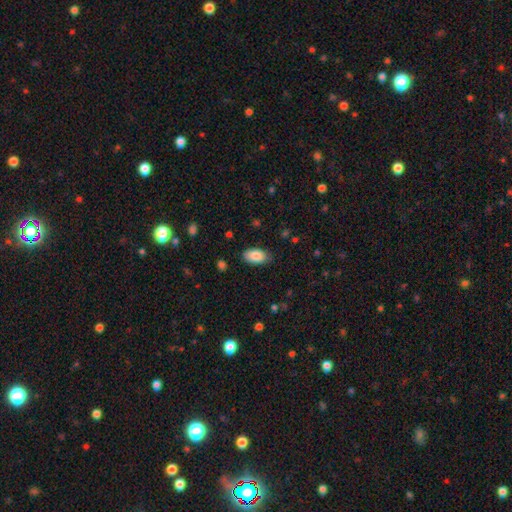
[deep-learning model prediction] Smooth or featured? smooth (87%)
How rounded? in between (95%)
Merging? none (83%)